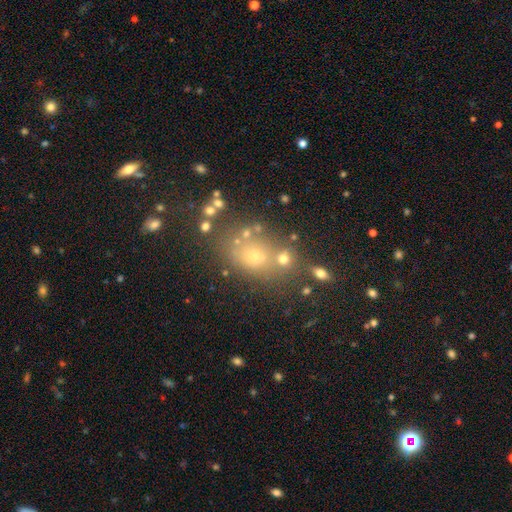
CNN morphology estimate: This is possibly a smooth galaxy (58%). How rounded: possibly in between (57%). Merging: possibly none (59%).